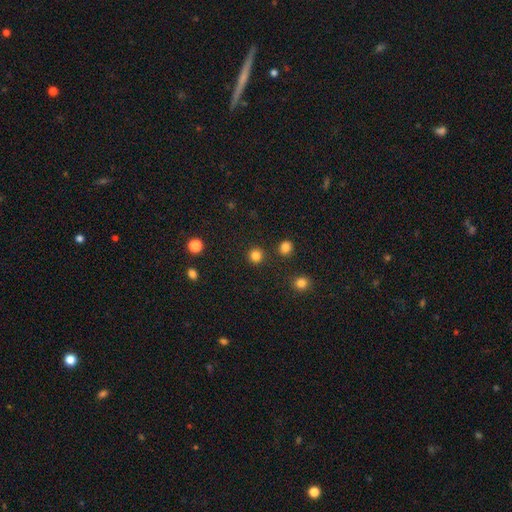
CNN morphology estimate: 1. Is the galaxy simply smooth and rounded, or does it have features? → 83% smooth, 13% star or artifact, 4% featured or disk.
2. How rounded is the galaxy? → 94% round, 5% in between, 1% cigar-shaped.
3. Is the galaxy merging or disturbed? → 90% none, 5% minor disturbance, 3% merger, 2% major disturbance.